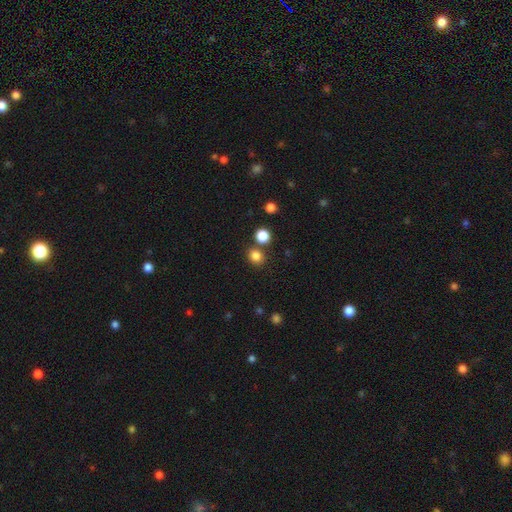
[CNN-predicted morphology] A smooth galaxy with no disk features (83%) that is round (79%). Merging: none (76%).